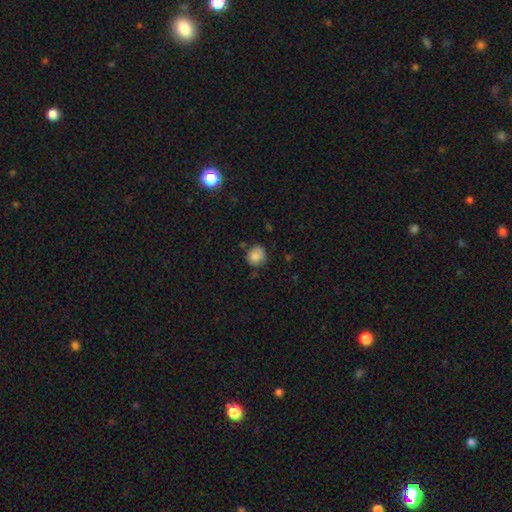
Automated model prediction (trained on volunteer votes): Overall: smooth (84%). How rounded: round (82%). Merging: none (69%).